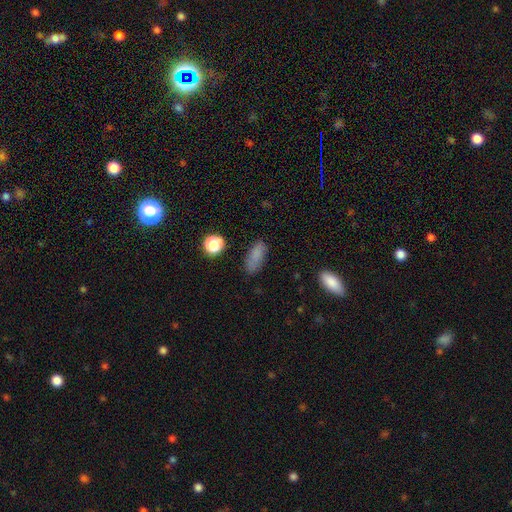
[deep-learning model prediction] Smooth or featured?
  - smooth: 82% *
  - star or artifact: 11%
  - featured or disk: 7%
How rounded?
  - in between: 76% *
  - cigar-shaped: 19%
  - round: 5%
Merging?
  - none: 78% *
  - minor disturbance: 15%
  - major disturbance: 4%
  - merger: 2%